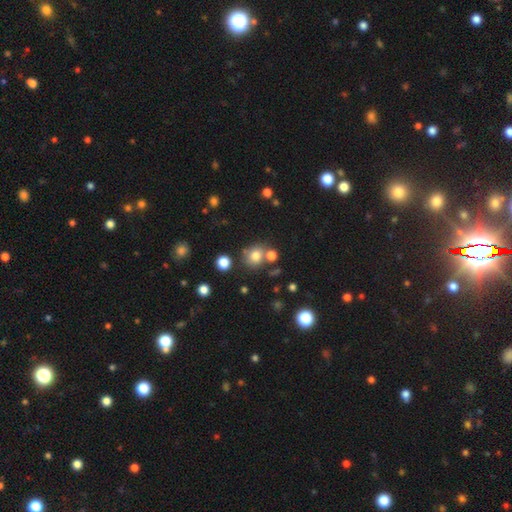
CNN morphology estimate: Q: Smooth or featured?
A: smooth (77%); runner-up: star or artifact (14%)
Q: How rounded?
A: round (81%); runner-up: in between (18%)
Q: Merging?
A: none (66%); runner-up: merger (18%)